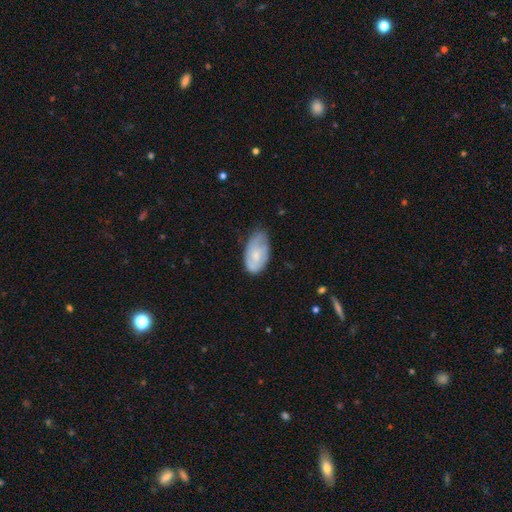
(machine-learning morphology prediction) Smooth or featured: smooth — 58% (featured or disk — 36%)
How rounded: in between — 93% (round — 4%)
Merging: none — 50% (minor disturbance — 39%)